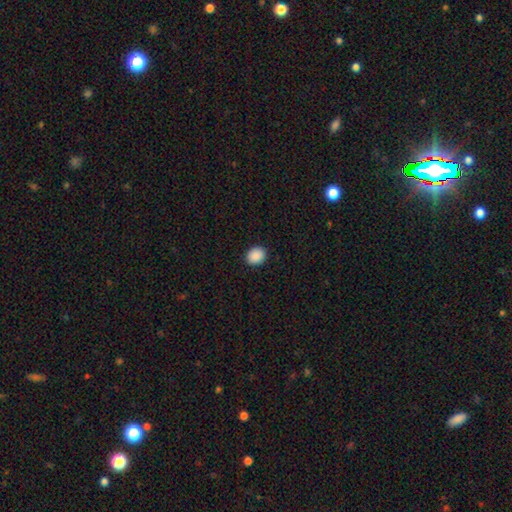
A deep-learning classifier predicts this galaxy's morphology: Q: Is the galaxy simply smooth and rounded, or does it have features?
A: smooth — 90%.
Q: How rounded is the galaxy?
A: round — 60%.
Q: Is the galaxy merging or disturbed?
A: none — 91%.